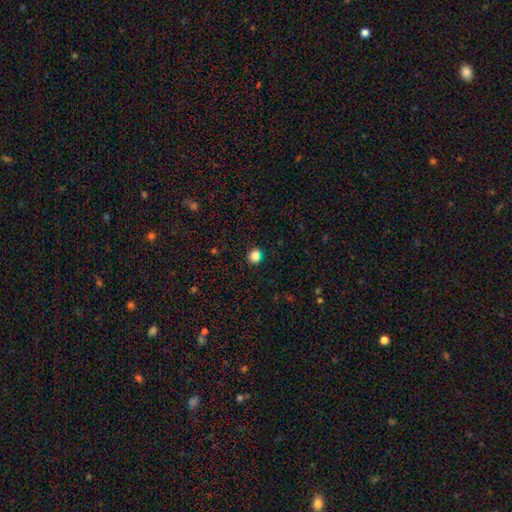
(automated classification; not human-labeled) smooth 80%, star or artifact 16%, featured or disk 4%. Down the decision tree: how rounded — round (83%); merging — none (90%).